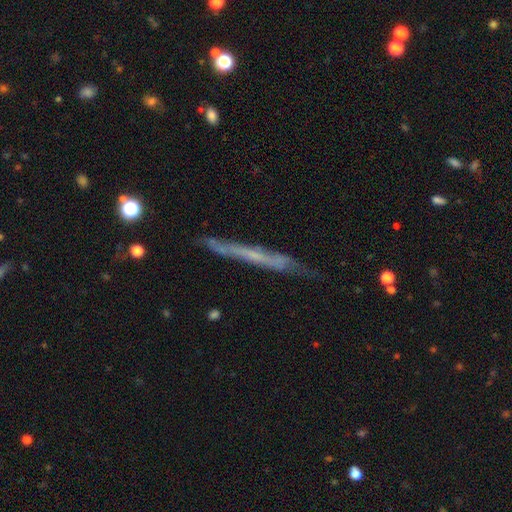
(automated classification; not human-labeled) Morphology: type=featured or disk (58%); edge-on=yes (92%); edge-on bulge=none (80%); merging=none (79%).